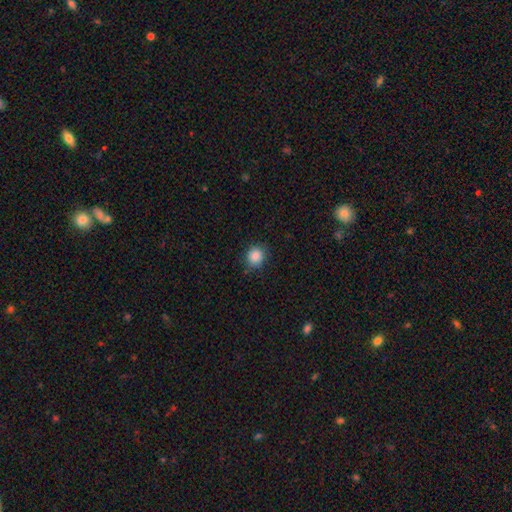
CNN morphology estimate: This is clearly a smooth galaxy (88%). How rounded: likely round (80%). Merging: clearly none (85%).